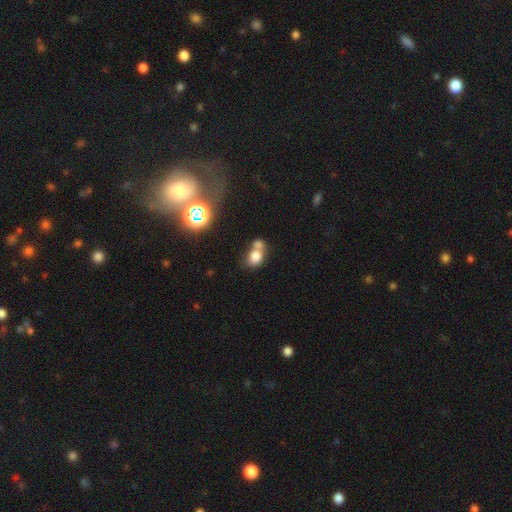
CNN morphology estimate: This appears to be a smooth galaxy with no disk features (74%) that is in between round and cigar-shaped (51%). Merging: merger (55%).